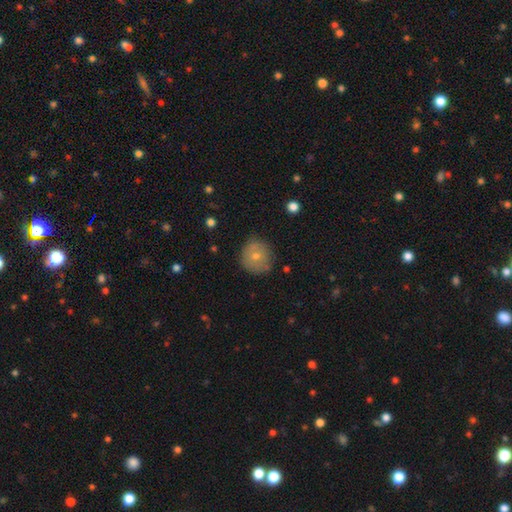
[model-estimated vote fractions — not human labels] Smooth or featured: smooth — 70% (featured or disk — 21%)
How rounded: round — 89% (in between — 10%)
Merging: none — 77% (minor disturbance — 17%)